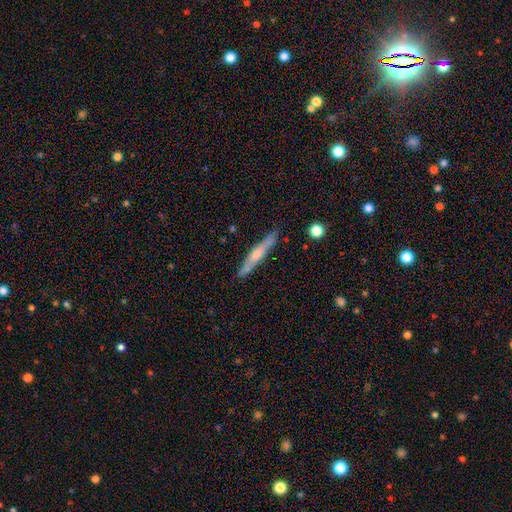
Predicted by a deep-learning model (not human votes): smooth-or-featured: featured or disk: 55% | smooth: 39% | star or artifact: 6%
  disk-edge-on: yes: 94% | no: 6%
    edge-on-bulge: rounded: 65% | none: 25% | boxy: 10%
  merging: none: 85% | minor disturbance: 11% | merger: 2% | major disturbance: 2%